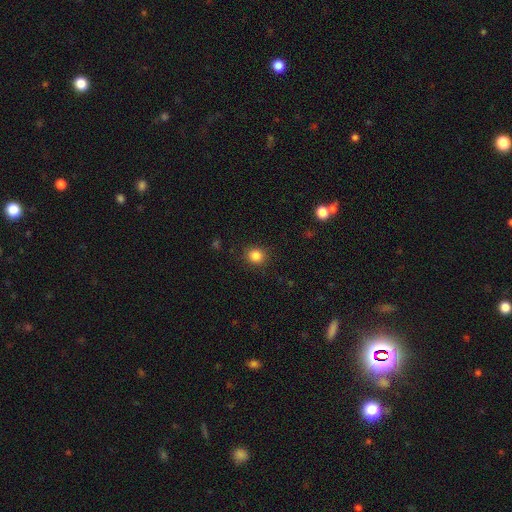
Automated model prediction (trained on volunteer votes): Smooth or featured: smooth — 85% (star or artifact — 11%)
How rounded: round — 84% (in between — 15%)
Merging: none — 89% (minor disturbance — 7%)